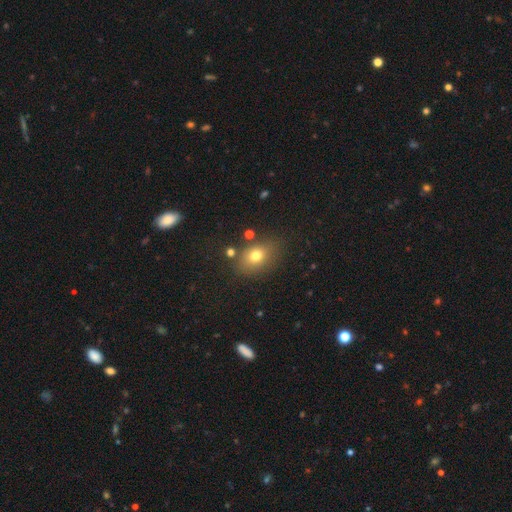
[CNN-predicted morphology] Smooth or featured? smooth (74%)
How rounded? in between (64%)
Merging? none (74%)